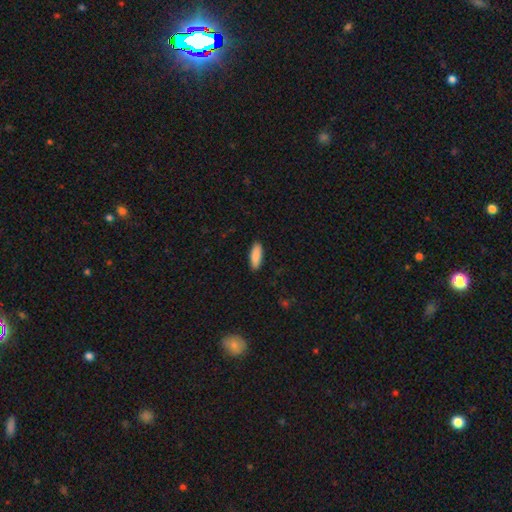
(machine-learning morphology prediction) Smooth or featured? smooth (90%)
How rounded? in between (66%)
Merging? none (89%)